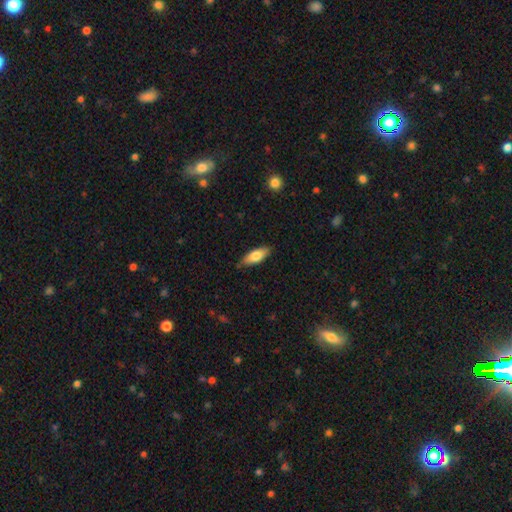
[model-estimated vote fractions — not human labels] Q: Smooth or featured?
A: smooth (75%); runner-up: featured or disk (19%)
Q: How rounded?
A: in between (76%); runner-up: cigar-shaped (22%)
Q: Merging?
A: none (82%); runner-up: minor disturbance (14%)